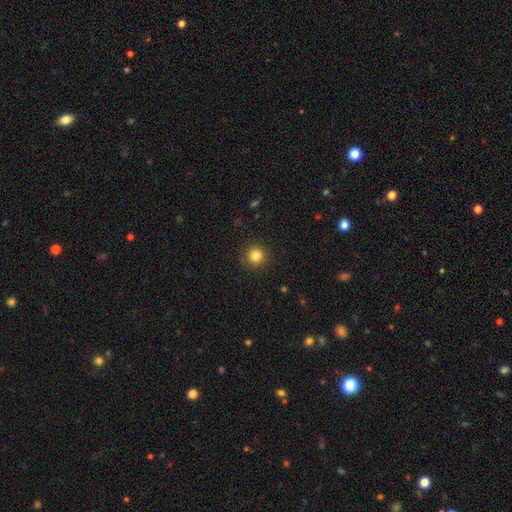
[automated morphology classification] smooth 82%, star or artifact 12%, featured or disk 6%. Down the decision tree: how rounded — round (95%); merging — none (91%).